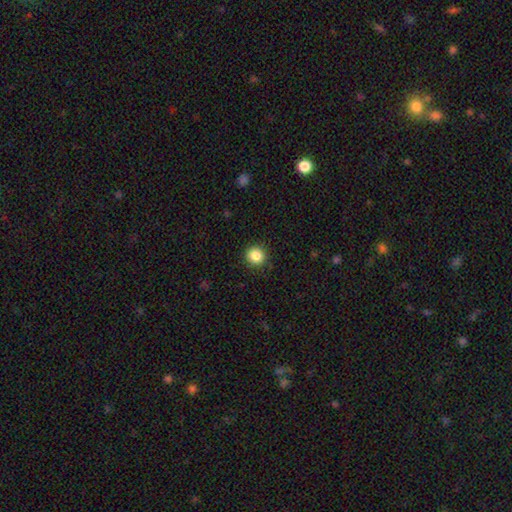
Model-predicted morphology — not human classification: Q: Smooth or featured?
A: smooth (85%); runner-up: star or artifact (10%)
Q: How rounded?
A: round (91%); runner-up: in between (8%)
Q: Merging?
A: none (91%); runner-up: minor disturbance (6%)